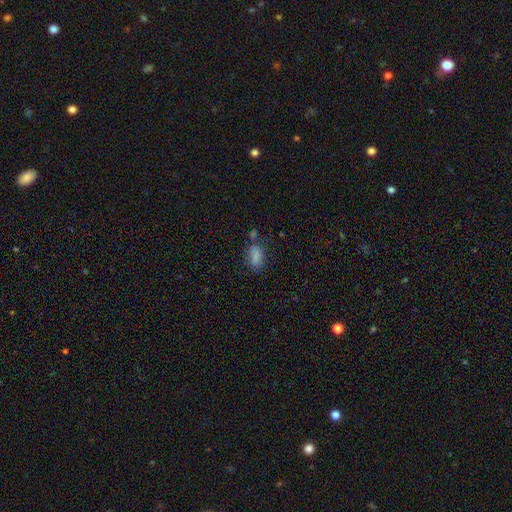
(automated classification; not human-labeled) Morphology: type=smooth (80%); roundness=in between (87%); merging=none (54%).